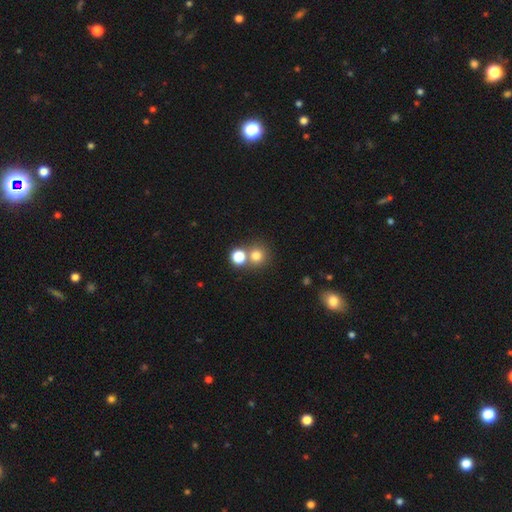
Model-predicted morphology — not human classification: Smooth or featured? Predicted: smooth (p=0.75). How rounded? Predicted: round (p=0.90). Merging? Predicted: none (p=0.62).